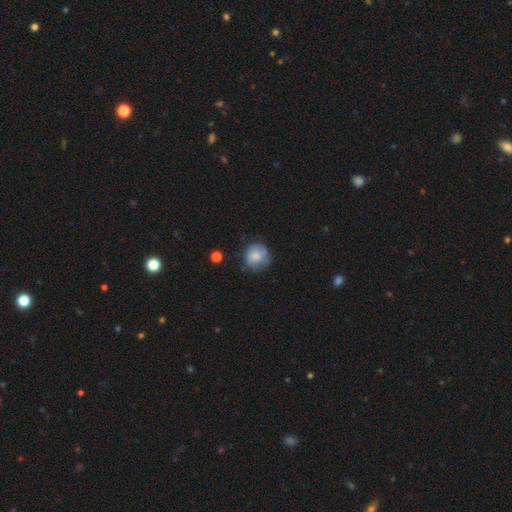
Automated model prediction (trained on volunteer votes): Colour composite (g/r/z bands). It shows a smooth galaxy with no disk features (74%) that is round (85%). Merging: none (63%).